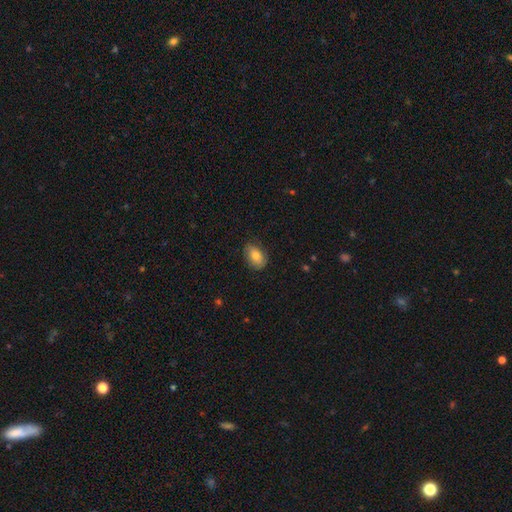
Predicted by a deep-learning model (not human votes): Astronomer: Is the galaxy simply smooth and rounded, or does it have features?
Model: smooth — 77%.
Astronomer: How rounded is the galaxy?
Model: in between — 84%.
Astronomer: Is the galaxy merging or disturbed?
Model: none — 77%.